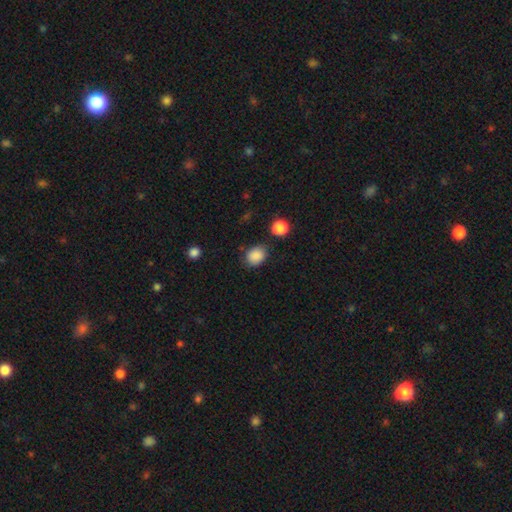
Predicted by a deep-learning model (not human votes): A smooth galaxy with no disk features (87%) that is round (50%).

Vote fractions:
- Smooth or featured? smooth: 87% / star or artifact: 9% / featured or disk: 4%
- How rounded? round: 50% / in between: 49% / cigar-shaped: 1%
- Merging? none: 77% / minor disturbance: 16% / major disturbance: 4% / merger: 4%